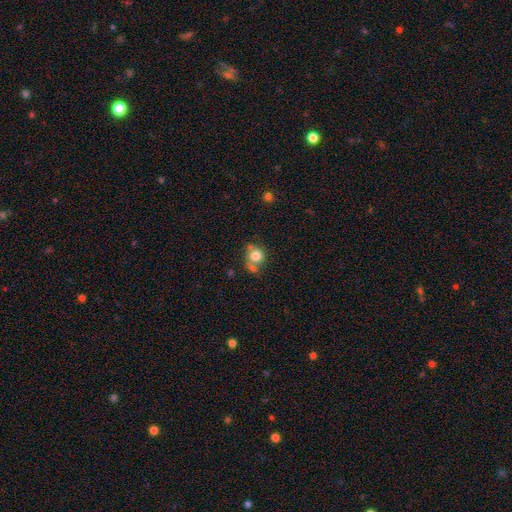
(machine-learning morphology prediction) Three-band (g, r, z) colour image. It shows a smooth galaxy with no disk features (79%) that is round (82%). Merging: none (49%).